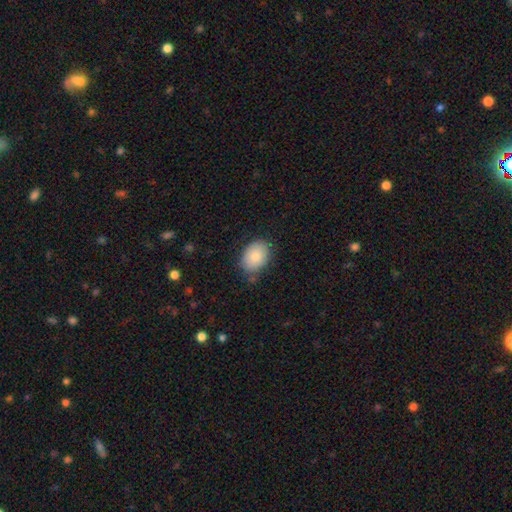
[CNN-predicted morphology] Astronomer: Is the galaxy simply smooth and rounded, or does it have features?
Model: smooth — 83%.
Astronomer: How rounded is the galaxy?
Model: in between — 76%.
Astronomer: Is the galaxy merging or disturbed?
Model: none — 75%.